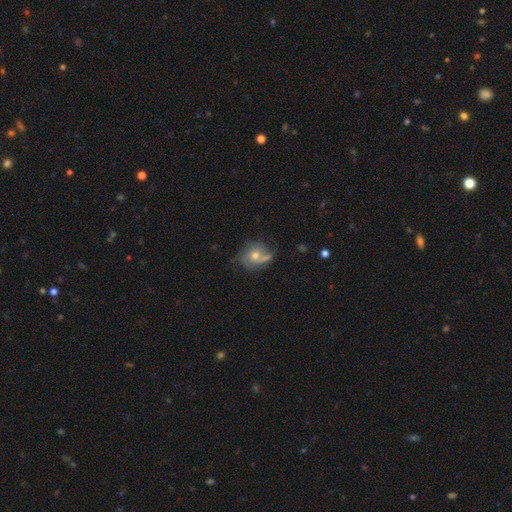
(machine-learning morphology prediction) Overall: featured or disk (63%; smooth 26%). Edge-on disk: no (97%). Bar: no (76%). Spiral arms: yes (82%). Bulge size: moderate (65%; small 28%). Merging: none (56%; minor disturbance 22%).